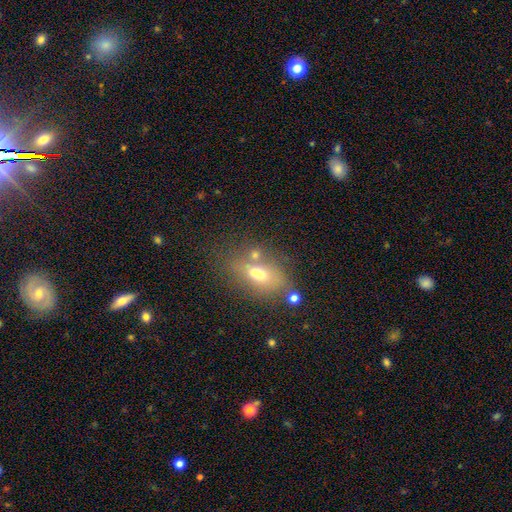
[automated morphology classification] The model was most divided on "merging": none: 56%, merger: 22%, minor disturbance: 15%, major disturbance: 7%. More confident: how rounded — in between (71%); smooth or featured — smooth (56%).